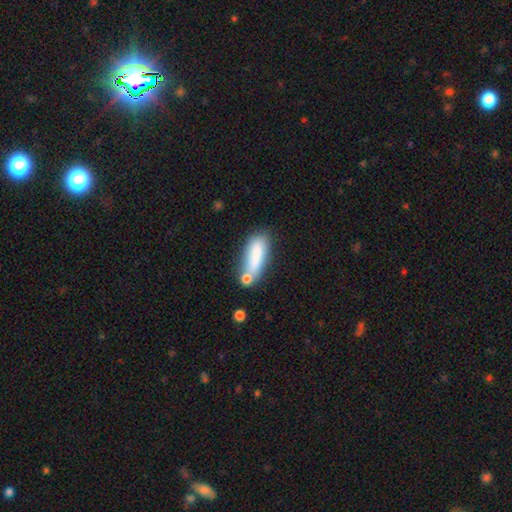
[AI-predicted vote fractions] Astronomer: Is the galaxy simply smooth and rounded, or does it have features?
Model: smooth — 78%.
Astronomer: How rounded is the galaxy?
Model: in between — 53% (runner-up: cigar-shaped, 44%).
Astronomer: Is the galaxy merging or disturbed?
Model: none — 48%.